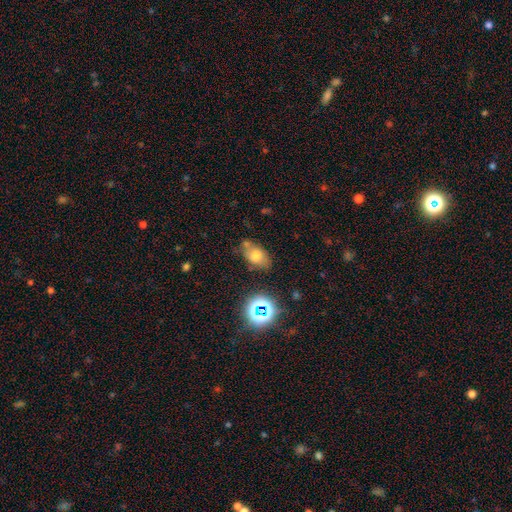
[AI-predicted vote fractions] This is likely a smooth galaxy (66%). How rounded: clearly in between (85%). Merging: likely none (64%).